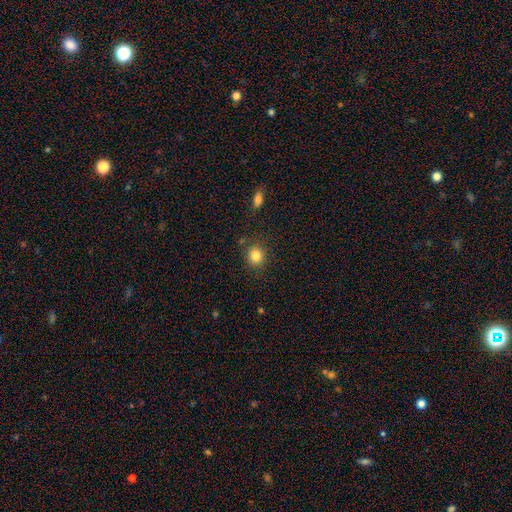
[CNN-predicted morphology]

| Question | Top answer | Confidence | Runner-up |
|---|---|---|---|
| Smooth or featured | smooth | 84% | star or artifact (10%) |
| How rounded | round | 76% | in between (23%) |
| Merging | none | 82% | minor disturbance (11%) |